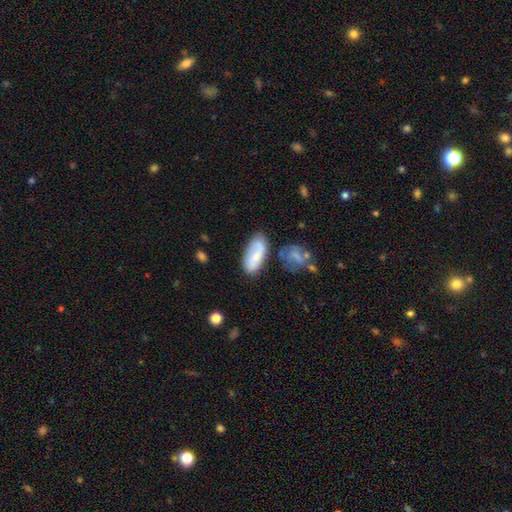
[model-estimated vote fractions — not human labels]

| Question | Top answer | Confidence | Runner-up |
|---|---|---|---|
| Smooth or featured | smooth | 65% | featured or disk (27%) |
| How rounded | in between | 82% | cigar-shaped (15%) |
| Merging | none | 60% | minor disturbance (22%) |